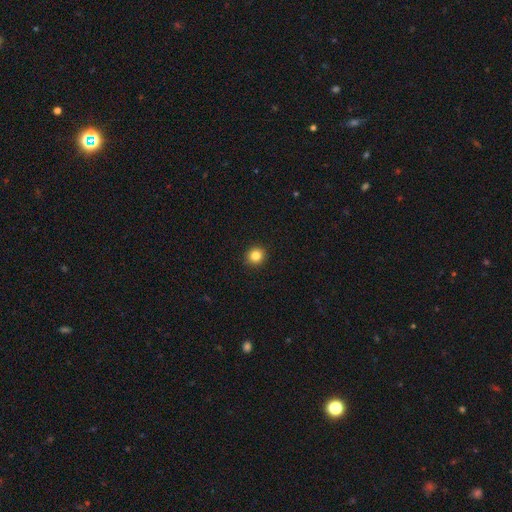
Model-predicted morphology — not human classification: A smooth galaxy with no disk features (84%) that is round (91%).

Vote fractions:
- Smooth or featured? smooth: 84% / star or artifact: 11% / featured or disk: 5%
- How rounded? round: 91% / in between: 8% / cigar-shaped: 1%
- Merging? none: 93% / minor disturbance: 5% / major disturbance: 2% / merger: 1%